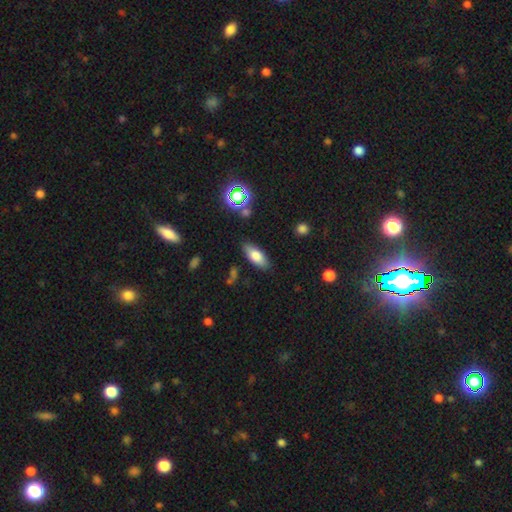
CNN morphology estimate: Smooth or featured: smooth — 75% (featured or disk — 16%)
How rounded: in between — 80% (cigar-shaped — 17%)
Merging: none — 83% (minor disturbance — 12%)